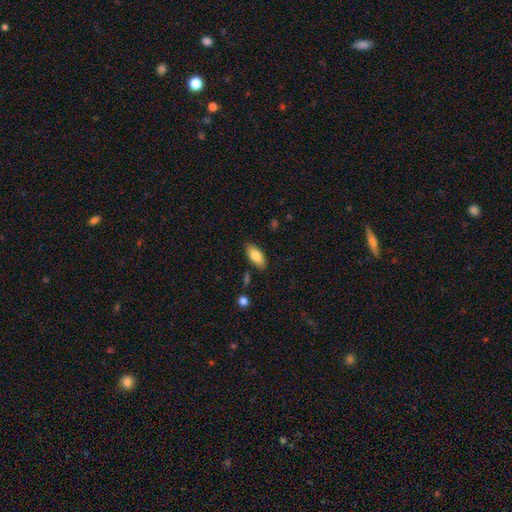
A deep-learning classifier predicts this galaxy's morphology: smooth-or-featured: smooth: 80% | featured or disk: 14% | star or artifact: 7%
  how-rounded: in between: 87% | cigar-shaped: 11% | round: 2%
  merging: none: 84% | minor disturbance: 11% | merger: 2% | major disturbance: 2%